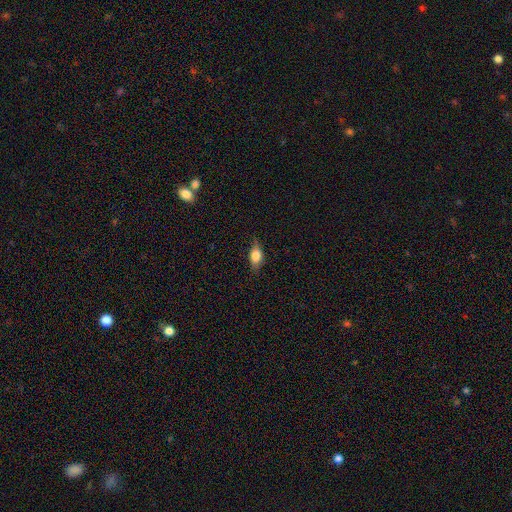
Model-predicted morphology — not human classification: This appears to be a smooth galaxy with no disk features (72%) that is in between round and cigar-shaped (78%). Merging: none (72%).